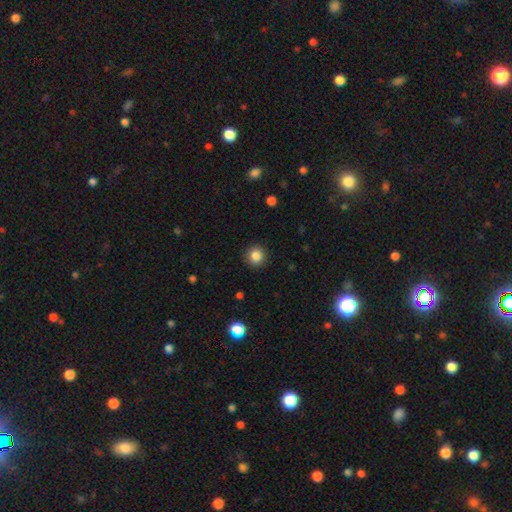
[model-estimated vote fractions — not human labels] Smooth or featured?
  - smooth: 86% *
  - star or artifact: 10%
  - featured or disk: 4%
How rounded?
  - round: 92% *
  - in between: 7%
  - cigar-shaped: 1%
Merging?
  - none: 91% *
  - minor disturbance: 6%
  - major disturbance: 2%
  - merger: 1%